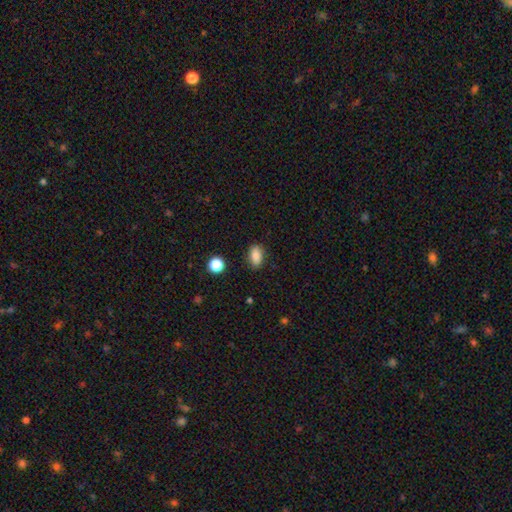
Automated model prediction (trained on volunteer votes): Smooth or featured?
  - smooth: 84% *
  - star or artifact: 9%
  - featured or disk: 7%
How rounded?
  - in between: 86% *
  - round: 11%
  - cigar-shaped: 3%
Merging?
  - none: 84% *
  - minor disturbance: 12%
  - major disturbance: 3%
  - merger: 2%